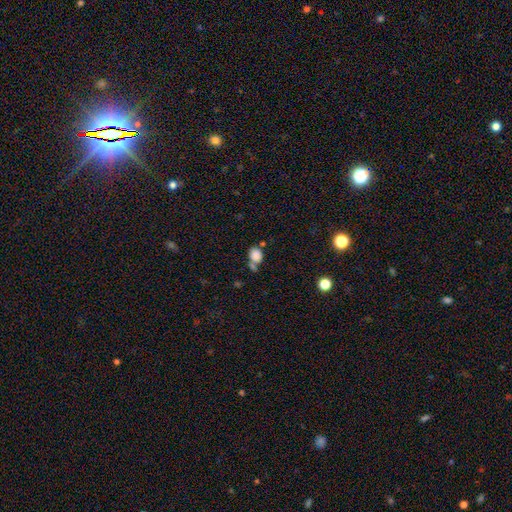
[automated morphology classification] Smooth or featured?
  - smooth: 83% *
  - star or artifact: 11%
  - featured or disk: 6%
How rounded?
  - in between: 57% *
  - round: 42%
  - cigar-shaped: 1%
Merging?
  - none: 44% *
  - merger: 33%
  - minor disturbance: 16%
  - major disturbance: 7%